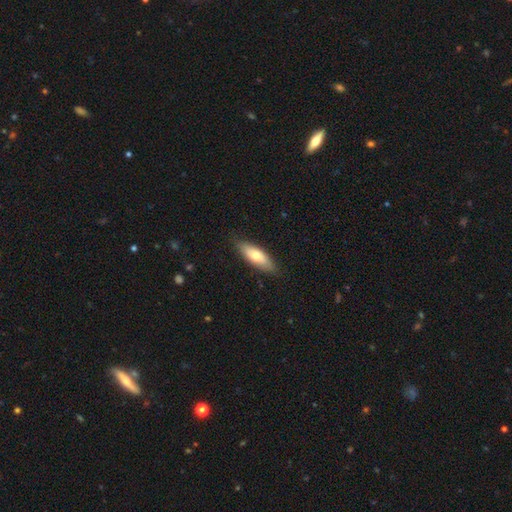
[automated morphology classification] A smooth galaxy with no disk features (67%) that is in between round and cigar-shaped (60%). Merging: none (86%).